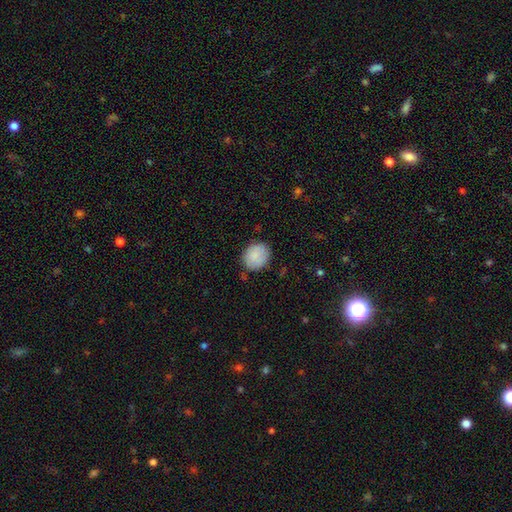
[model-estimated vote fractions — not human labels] Smooth or featured? smooth (86%)
How rounded? round (66%)
Merging? none (78%)